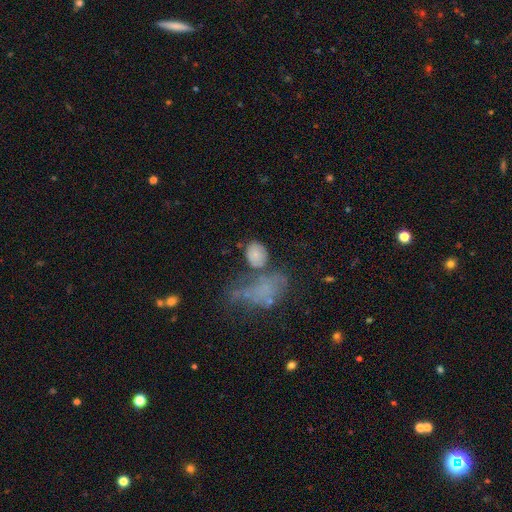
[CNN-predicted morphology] Smooth or featured? smooth (76%)
How rounded? in between (56%)
Merging? none (53%)